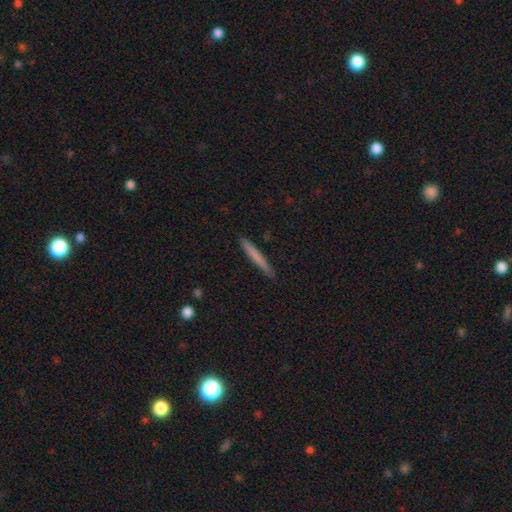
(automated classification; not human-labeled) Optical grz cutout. It shows a smooth galaxy with no disk features (72%) that is cigar-shaped (97%). Merging: none (90%).